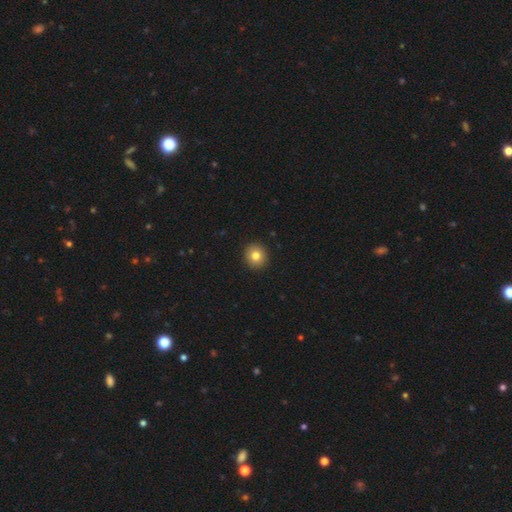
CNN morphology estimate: Smooth or featured: smooth — 81% (star or artifact — 10%)
How rounded: round — 91% (in between — 8%)
Merging: none — 93% (minor disturbance — 5%)